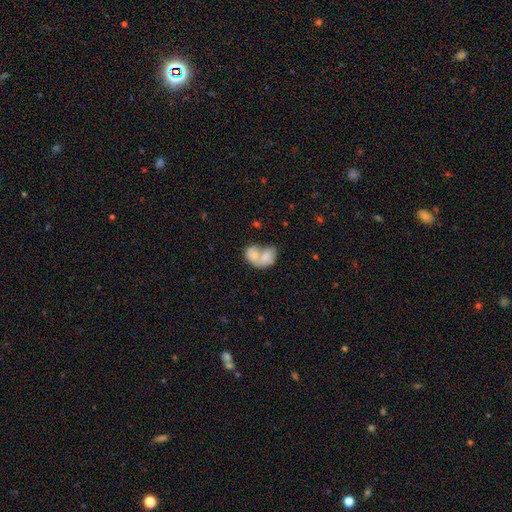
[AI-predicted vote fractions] Smooth or featured?
  - smooth: 72% *
  - featured or disk: 22%
  - star or artifact: 7%
How rounded?
  - in between: 74% *
  - round: 25%
  - cigar-shaped: 1%
Merging?
  - merger: 74% *
  - none: 13%
  - major disturbance: 6%
  - minor disturbance: 6%